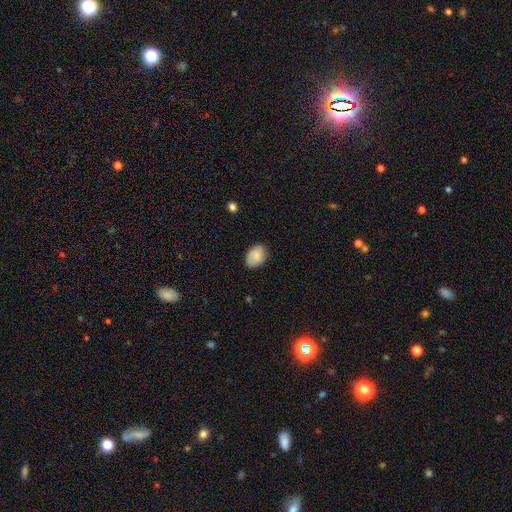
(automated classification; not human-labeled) Smooth or featured: smooth — 87% (star or artifact — 7%)
How rounded: in between — 82% (round — 17%)
Merging: none — 79% (minor disturbance — 17%)